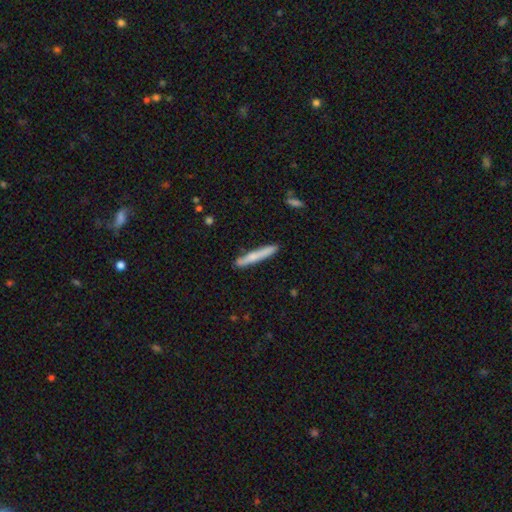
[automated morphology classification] Q: Smooth or featured?
A: smooth (65%); runner-up: featured or disk (29%)
Q: How rounded?
A: cigar-shaped (95%); runner-up: in between (3%)
Q: Merging?
A: none (88%); runner-up: minor disturbance (9%)